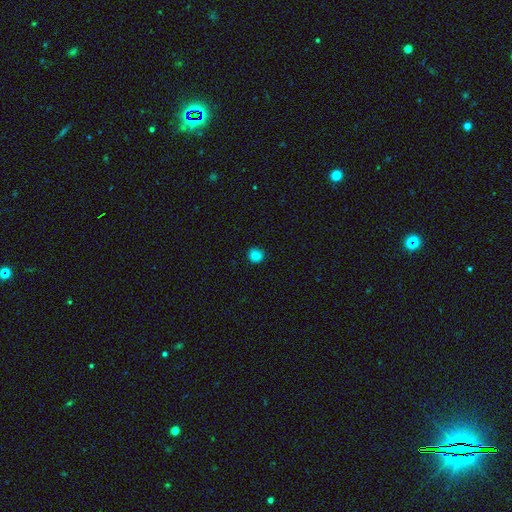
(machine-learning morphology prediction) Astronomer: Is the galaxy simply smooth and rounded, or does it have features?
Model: smooth — 85%.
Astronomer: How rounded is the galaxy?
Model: round — 91%.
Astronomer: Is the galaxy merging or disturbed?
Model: none — 90%.